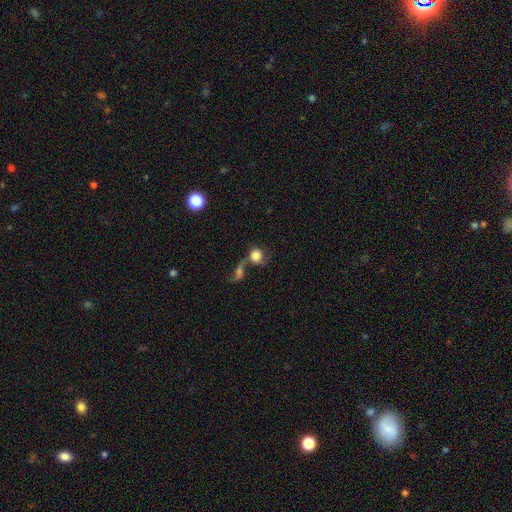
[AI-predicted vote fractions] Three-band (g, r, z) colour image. It shows a smooth galaxy with no disk features (64%) that is round (78%). Merging: merger (58%).